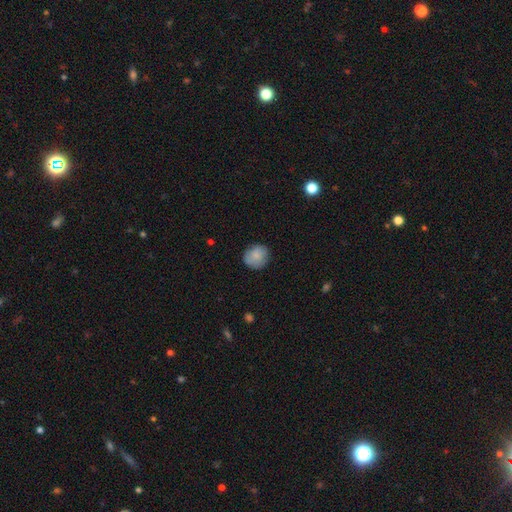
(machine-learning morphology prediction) Smooth or featured? Predicted: smooth (p=0.83). How rounded? Predicted: round (p=0.87). Merging? Predicted: none (p=0.81).